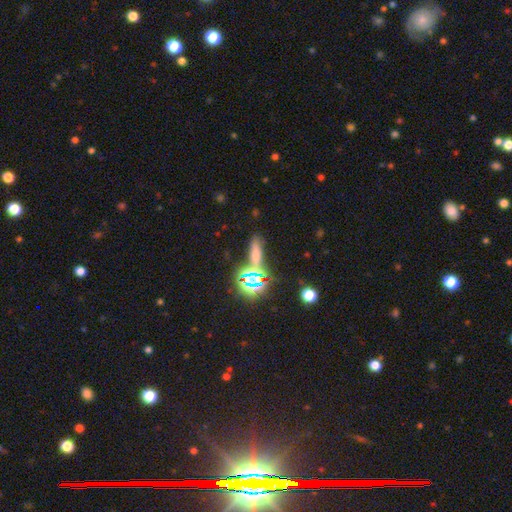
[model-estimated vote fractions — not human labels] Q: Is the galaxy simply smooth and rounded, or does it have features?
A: smooth — 53%.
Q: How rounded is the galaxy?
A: cigar-shaped — 51%.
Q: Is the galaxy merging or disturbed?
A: none — 70%.